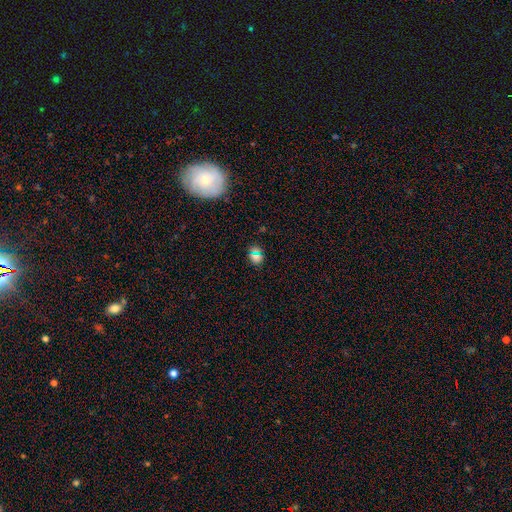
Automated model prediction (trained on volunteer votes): Smooth or featured?
  - smooth: 62% *
  - star or artifact: 30%
  - featured or disk: 8%
How rounded?
  - round: 73% *
  - in between: 24%
  - cigar-shaped: 3%
Merging?
  - none: 85% *
  - minor disturbance: 9%
  - major disturbance: 3%
  - merger: 3%